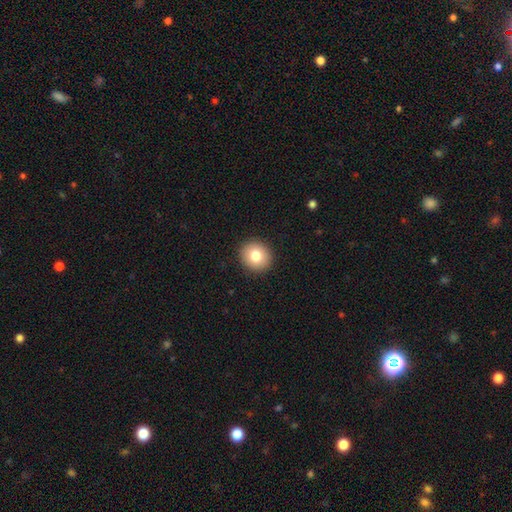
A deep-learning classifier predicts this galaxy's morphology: smooth_or_featured: smooth (p=0.80) [alt: featured or disk p=0.10]
how_rounded: round (p=0.85) [alt: in between p=0.14]
merging: none (p=0.92) [alt: minor disturbance p=0.05]